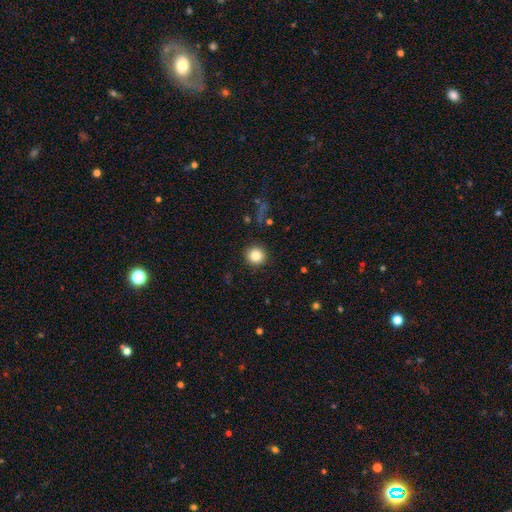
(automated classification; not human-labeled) Smooth or featured: smooth — 85% (star or artifact — 10%)
How rounded: round — 94% (in between — 5%)
Merging: none — 91% (minor disturbance — 5%)